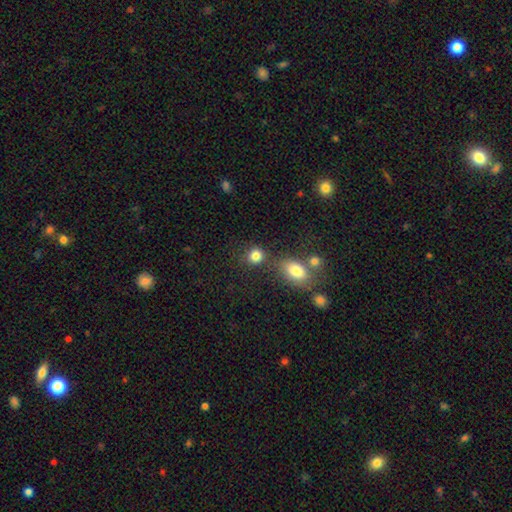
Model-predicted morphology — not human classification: Overall: smooth (83%). How rounded: round (77%). Merging: none (70%).